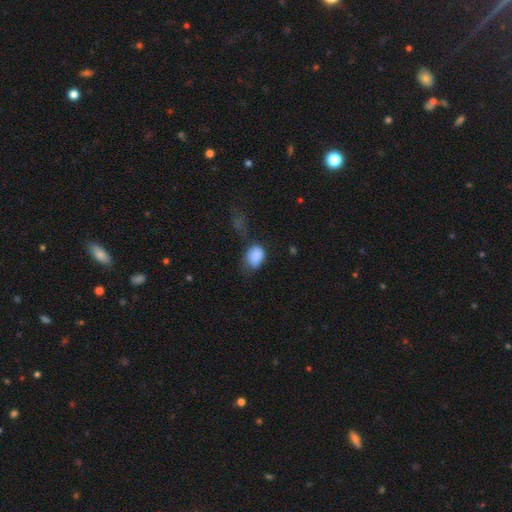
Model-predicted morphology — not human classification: Smooth or featured? smooth (84%)
How rounded? in between (71%)
Merging? none (37%)